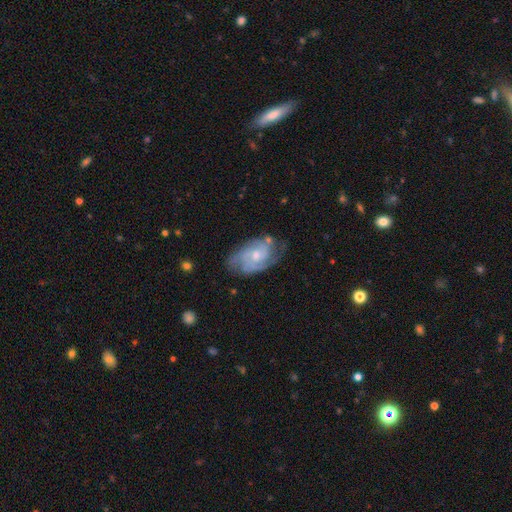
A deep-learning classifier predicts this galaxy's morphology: Smooth or featured? featured or disk (81%)
Edge-on disk? no (97%)
Bar? no (68%)
Spiral arms? yes (94%)
Spiral winding? tight (49%)
Spiral arm count? 3 (29%)
Bulge size? small (51%)
Merging? none (65%)